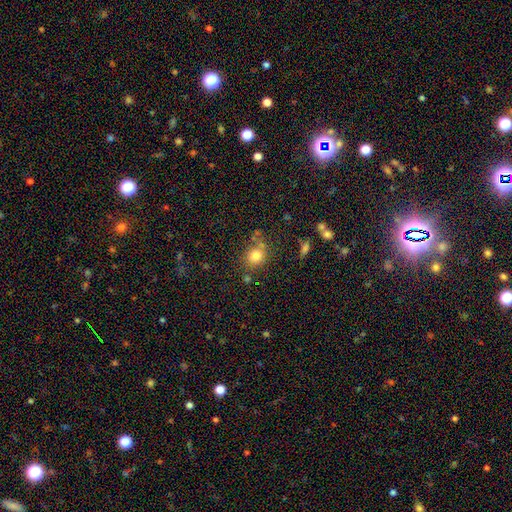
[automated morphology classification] The model was most divided on "merging": none: 66%, minor disturbance: 16%, merger: 12%, major disturbance: 6%. More confident: smooth or featured — smooth (80%); how rounded — round (79%).